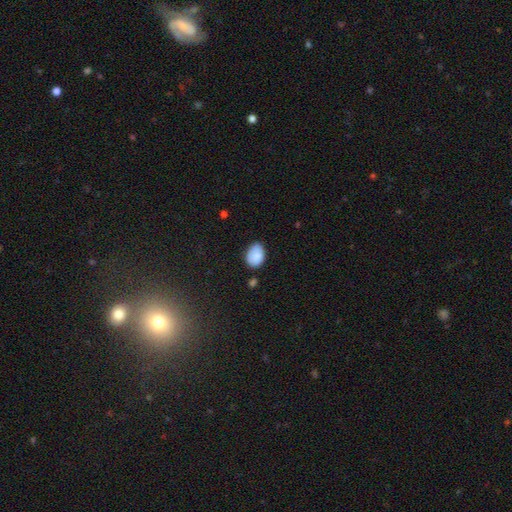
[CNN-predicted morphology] A smooth galaxy with no disk features (85%) that is in between round and cigar-shaped (82%). Merging: none (69%).